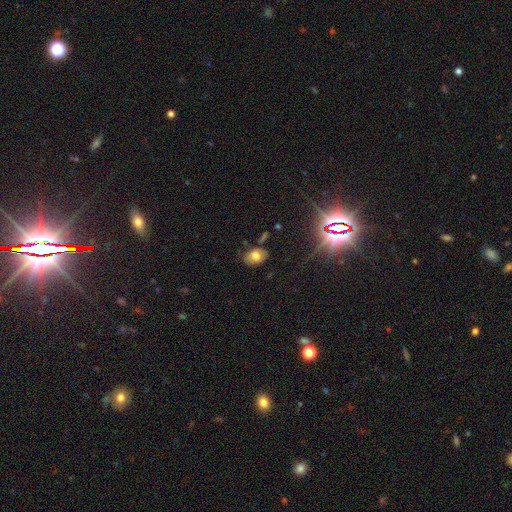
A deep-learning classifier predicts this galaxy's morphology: smooth-or-featured: smooth: 66% | featured or disk: 20% | star or artifact: 14%
  how-rounded: in between: 80% | round: 19% | cigar-shaped: 1%
  merging: none: 75% | minor disturbance: 17% | major disturbance: 4% | merger: 4%